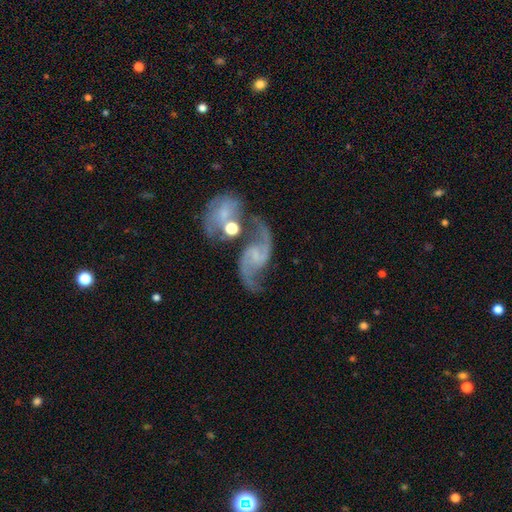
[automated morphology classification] Smooth or featured? featured or disk (89%)
Edge-on disk? no (97%)
Bar? weak (45%)
Spiral arms? yes (97%)
Spiral winding? loose (60%)
Spiral arm count? 2 (93%)
Bulge size? small (45%)
Merging? none (50%)